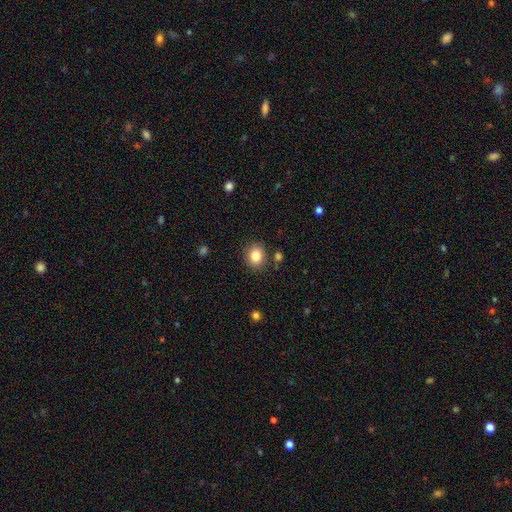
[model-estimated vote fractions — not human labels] A smooth galaxy with no disk features (83%) that is round (64%). Merging: none (85%).